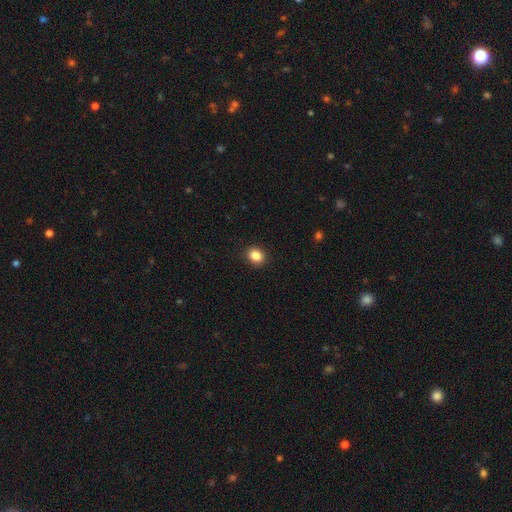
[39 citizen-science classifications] smooth_or_featured: smooth (p=0.92) [alt: star or artifact p=0.05]
how_rounded: in between (p=0.58) [alt: round p=0.42]
merging: none (p=0.89) [alt: minor disturbance p=0.08]